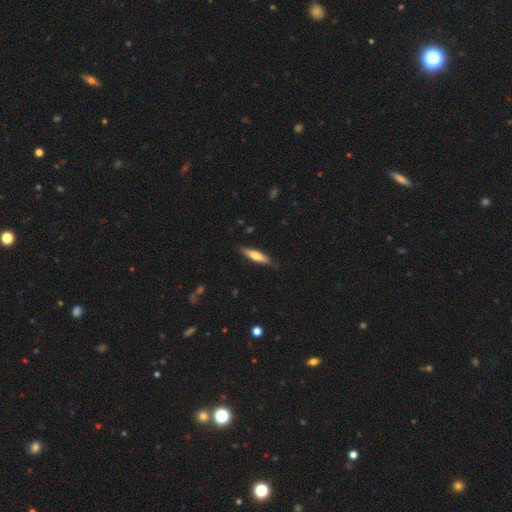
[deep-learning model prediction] Overall: smooth (65%; featured or disk 30%). How rounded: cigar-shaped (75%). Merging: none (84%).